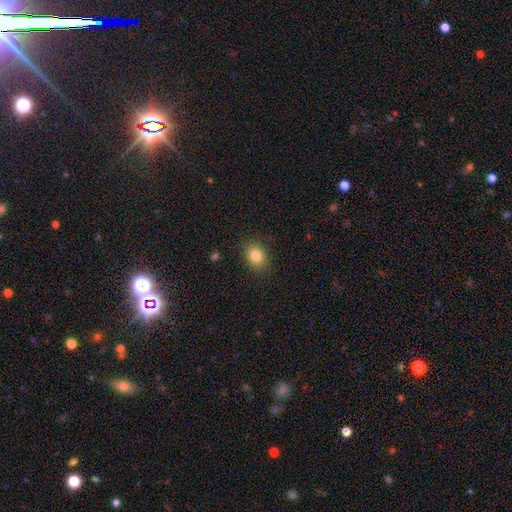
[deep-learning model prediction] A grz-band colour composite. It shows a smooth galaxy with no disk features (82%) that is in between round and cigar-shaped (59%). Merging: none (85%).